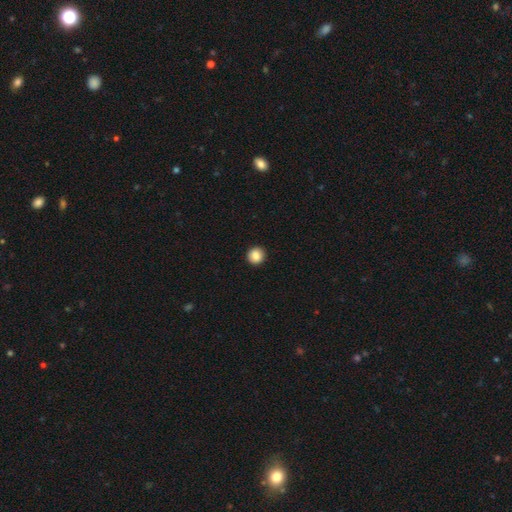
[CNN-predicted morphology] Overall: smooth (87%). How rounded: round (94%). Merging: none (94%).